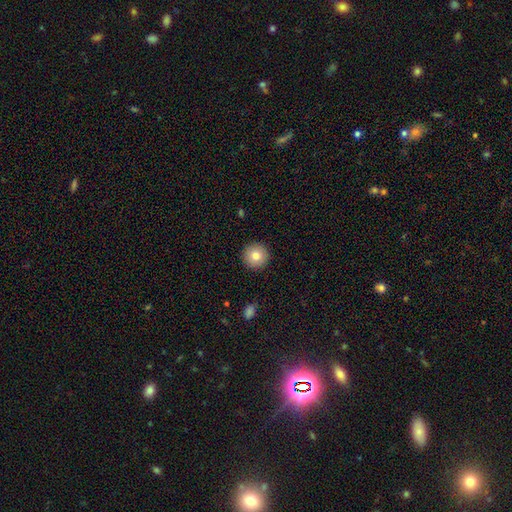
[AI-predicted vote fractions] Smooth or featured?
  - smooth: 81% *
  - featured or disk: 10%
  - star or artifact: 9%
How rounded?
  - round: 96% *
  - in between: 3%
  - cigar-shaped: 1%
Merging?
  - none: 92% *
  - minor disturbance: 5%
  - major disturbance: 2%
  - merger: 1%